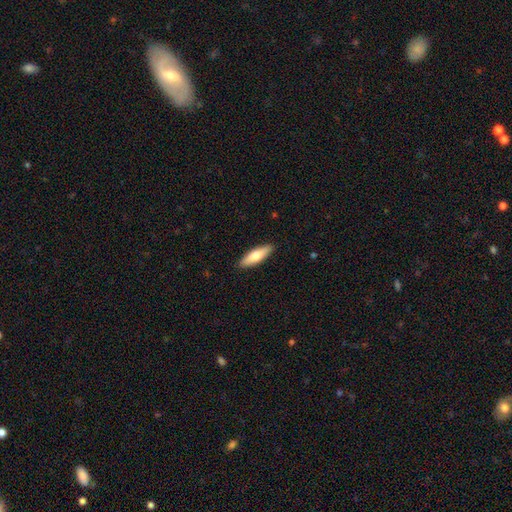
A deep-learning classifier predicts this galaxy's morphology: A smooth galaxy with no disk features (73%) that is cigar-shaped (54%). Merging: none (90%).